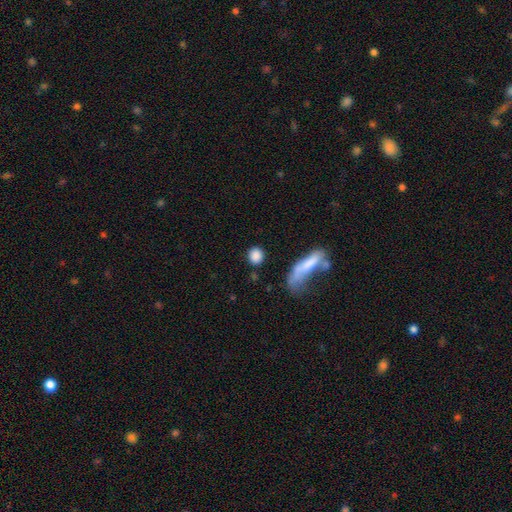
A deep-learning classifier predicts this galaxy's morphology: Overall: smooth (86%). How rounded: round (72%). Merging: none (78%).